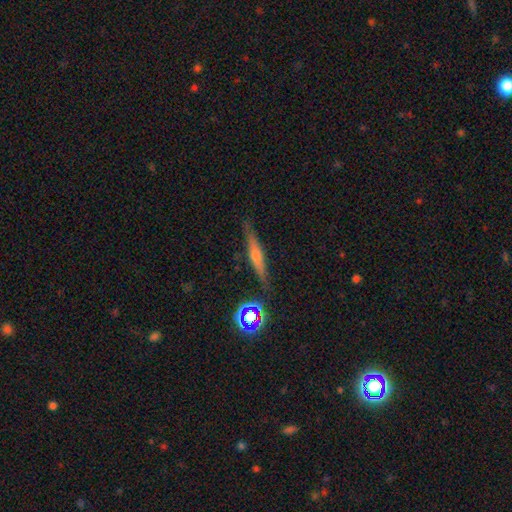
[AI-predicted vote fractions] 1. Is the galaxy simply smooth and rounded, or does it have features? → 56% featured or disk, 31% smooth, 12% star or artifact.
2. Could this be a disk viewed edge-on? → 94% yes, 6% no.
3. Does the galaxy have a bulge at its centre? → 78% rounded, 14% none, 8% boxy.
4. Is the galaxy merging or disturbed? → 85% none, 11% minor disturbance, 2% major disturbance, 2% merger.